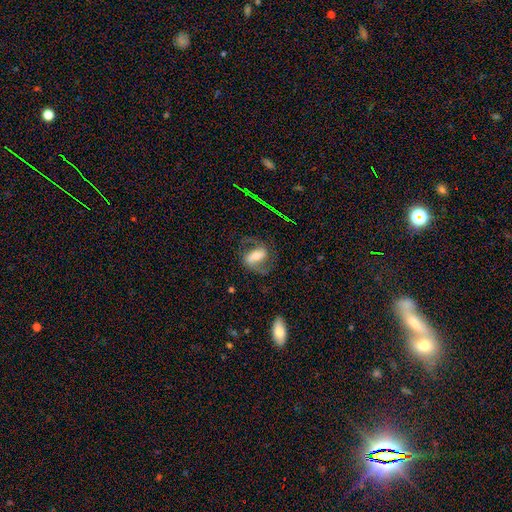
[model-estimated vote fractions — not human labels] Smooth or featured?
  - featured or disk: 74% *
  - smooth: 18%
  - star or artifact: 8%
Edge-on disk?
  - no: 95% *
  - yes: 5%
Bar?
  - strong: 54% *
  - weak: 32%
  - no: 14%
Spiral arms?
  - yes: 91% *
  - no: 9%
Spiral winding?
  - medium: 53% *
  - loose: 30%
  - tight: 17%
Spiral arm count?
  - 2: 89% *
  - can't tell: 4%
  - 1: 4%
  - 3: 1%
  - 4: 1%
  - more than 4: 1%
Bulge size?
  - moderate: 50% *
  - small: 26%
  - large: 17%
  - none: 4%
  - dominant: 3%
Merging?
  - none: 68% *
  - minor disturbance: 15%
  - major disturbance: 15%
  - merger: 2%